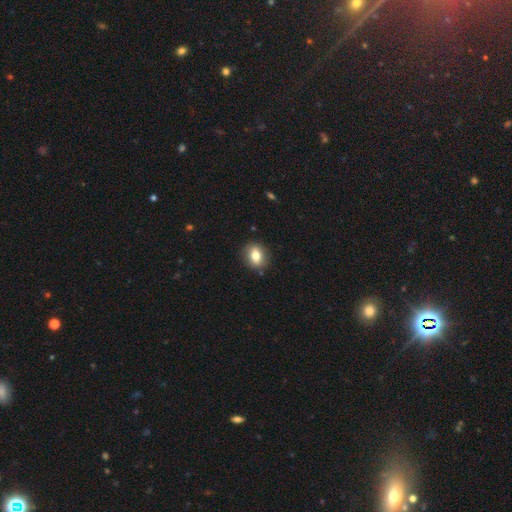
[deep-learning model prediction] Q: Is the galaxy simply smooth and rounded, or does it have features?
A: smooth — 75%.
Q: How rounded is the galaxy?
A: round — 51%.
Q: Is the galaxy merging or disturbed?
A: none — 87%.